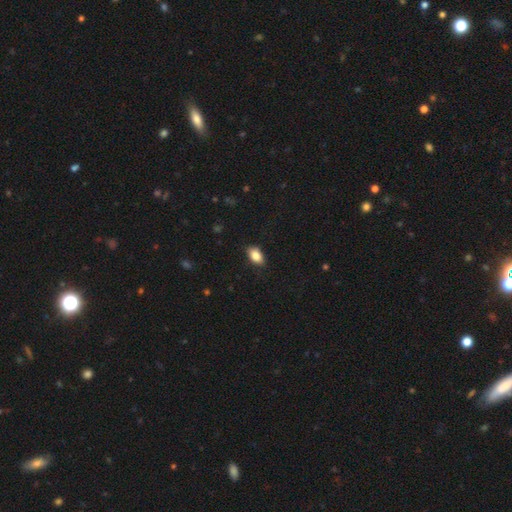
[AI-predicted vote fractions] Smooth or featured: smooth — 86% (star or artifact — 8%)
How rounded: in between — 89% (round — 8%)
Merging: none — 85% (minor disturbance — 11%)